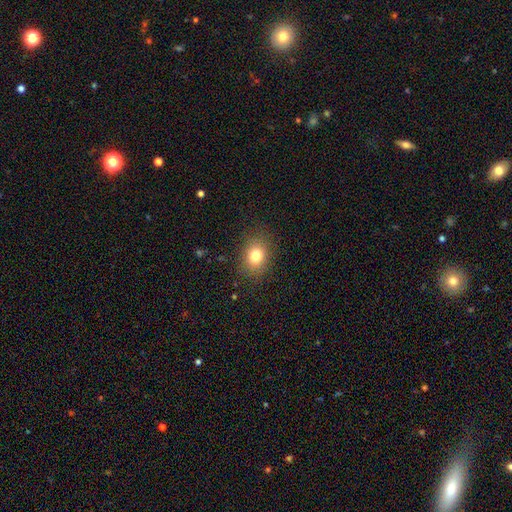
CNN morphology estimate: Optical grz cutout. It shows a smooth galaxy with no disk features (79%) that is in between round and cigar-shaped (54%). Merging: none (85%).